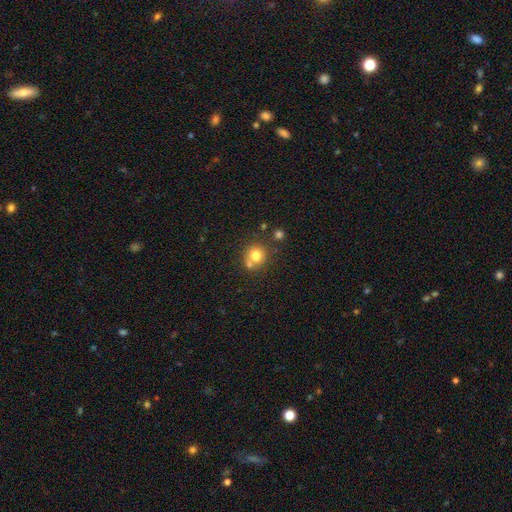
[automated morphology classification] This is likely a smooth galaxy (77%). How rounded: clearly round (87%). Merging: possibly none (58%).